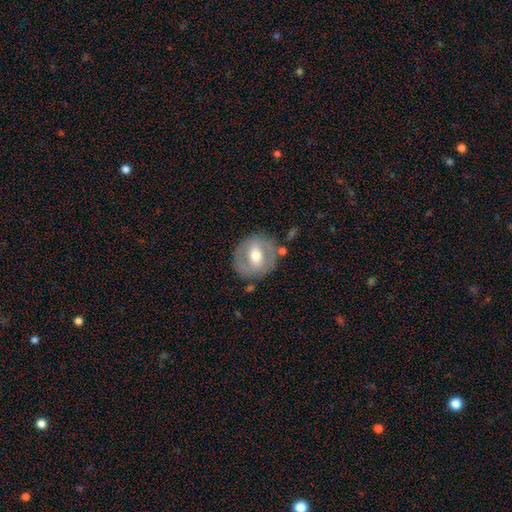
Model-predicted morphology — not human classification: A featured or disk galaxy (60%) with a weak bar (40%), no spiral arms (56%) and a moderate central bulge (71%).

Vote fractions:
- Smooth or featured? featured or disk: 60% / smooth: 33% / star or artifact: 6%
- Edge-on disk? no: 94% / yes: 6%
- Bar? weak: 40% / strong: 38% / no: 22%
- Spiral arms? no: 56% / yes: 44%
- Bulge size? moderate: 71% / small: 19% / large: 8% / dominant: 1% / none: 1%
- Merging? none: 77% / minor disturbance: 14% / major disturbance: 6% / merger: 4%